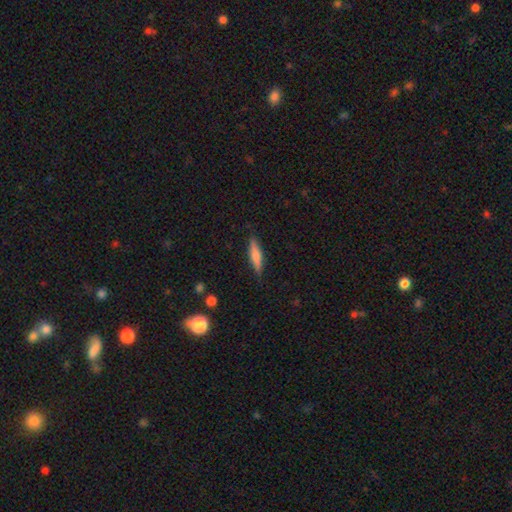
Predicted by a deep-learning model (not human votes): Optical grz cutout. It shows a smooth galaxy with no disk features (63%) that is cigar-shaped (80%). Merging: none (87%).